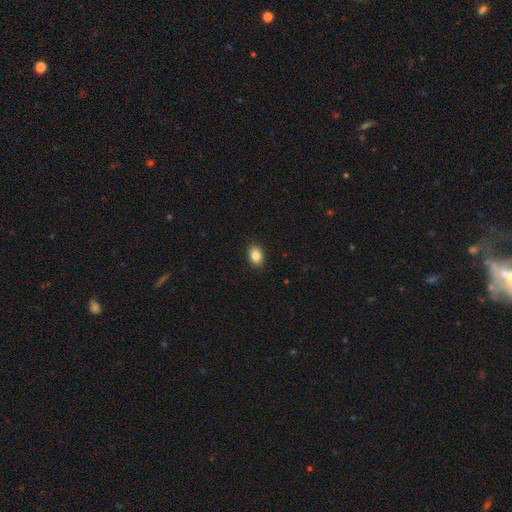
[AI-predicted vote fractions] smooth-or-featured: smooth: 87% | star or artifact: 8% | featured or disk: 5%
  how-rounded: in between: 79% | round: 20% | cigar-shaped: 1%
  merging: none: 90% | minor disturbance: 7% | major disturbance: 2% | merger: 1%